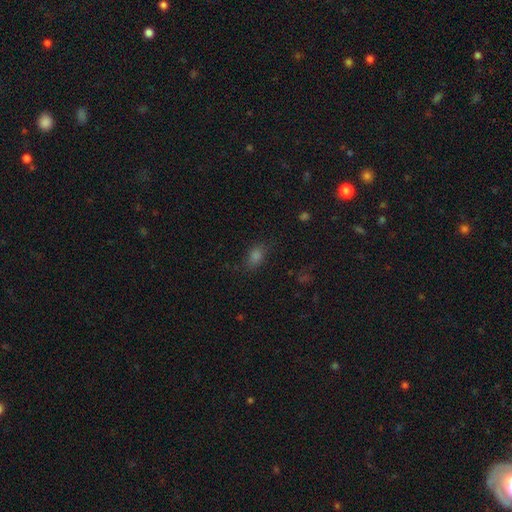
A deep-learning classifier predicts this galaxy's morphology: Smooth or featured?
  - smooth: 71% *
  - star or artifact: 21%
  - featured or disk: 8%
How rounded?
  - in between: 77% *
  - round: 18%
  - cigar-shaped: 5%
Merging?
  - none: 77% *
  - minor disturbance: 16%
  - major disturbance: 6%
  - merger: 2%